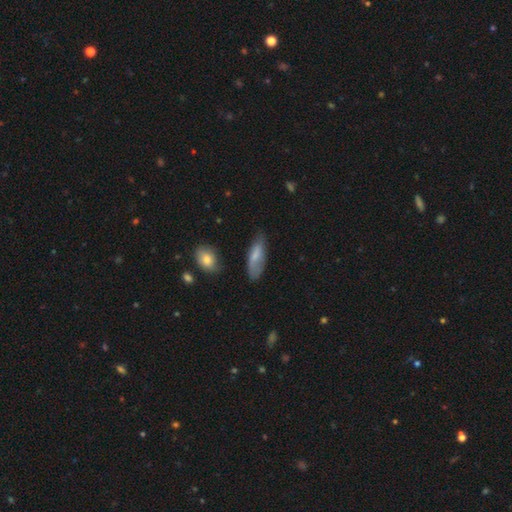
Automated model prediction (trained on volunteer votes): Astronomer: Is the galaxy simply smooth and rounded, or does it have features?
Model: smooth — 71%.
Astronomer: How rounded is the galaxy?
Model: in between — 64%.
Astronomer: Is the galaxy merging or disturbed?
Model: none — 65%.